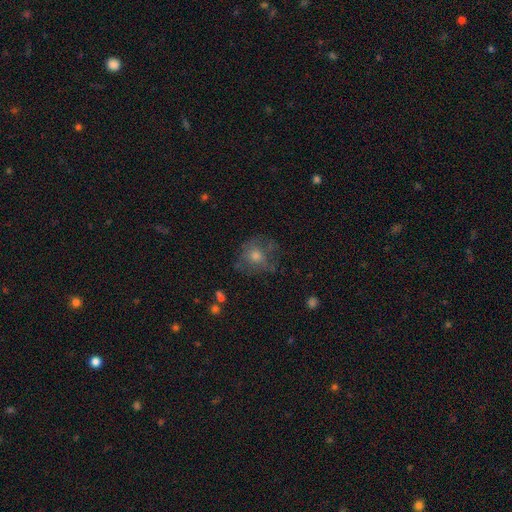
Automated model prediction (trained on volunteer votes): Smooth or featured?
  - smooth: 48% *
  - featured or disk: 36%
  - star or artifact: 16%
Merging?
  - none: 58% *
  - minor disturbance: 21%
  - major disturbance: 18%
  - merger: 2%